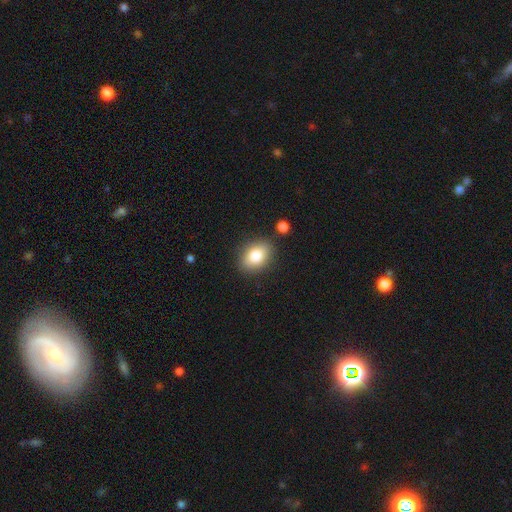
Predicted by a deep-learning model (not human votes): This is clearly a smooth galaxy (82%). How rounded: likely in between (76%). Merging: clearly none (83%).